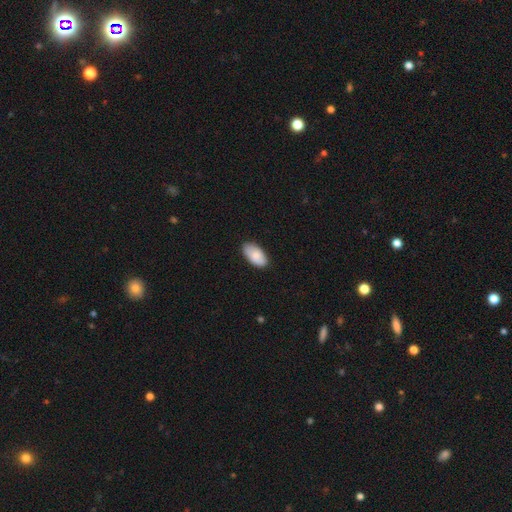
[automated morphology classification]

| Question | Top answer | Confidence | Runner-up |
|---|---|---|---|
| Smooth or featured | smooth | 84% | featured or disk (10%) |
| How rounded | in between | 95% | round (2%) |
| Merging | none | 84% | minor disturbance (13%) |